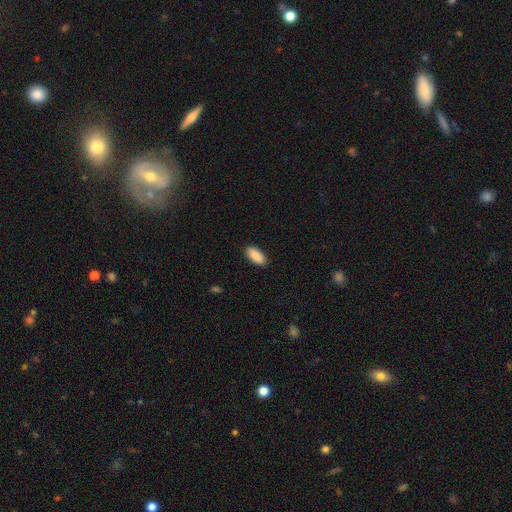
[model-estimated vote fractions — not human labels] smooth_or_featured: smooth (p=0.90) [alt: star or artifact p=0.06]
how_rounded: in between (p=0.90) [alt: cigar-shaped p=0.08]
merging: none (p=0.90) [alt: minor disturbance p=0.08]